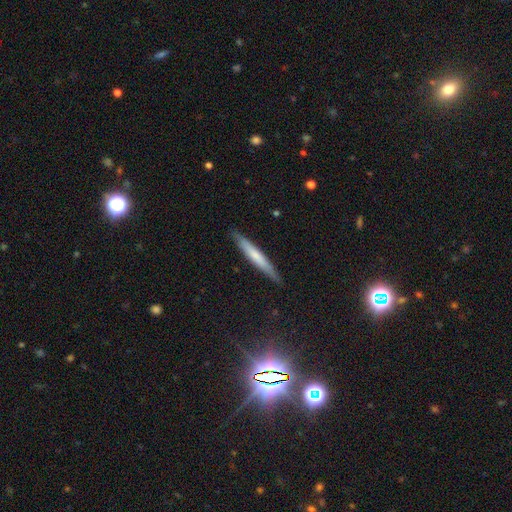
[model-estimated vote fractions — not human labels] smooth-or-featured: smooth: 56% | featured or disk: 38% | star or artifact: 6%
  how-rounded: cigar-shaped: 95% | in between: 4% | round: 1%
  merging: none: 88% | minor disturbance: 10% | major disturbance: 2% | merger: 1%